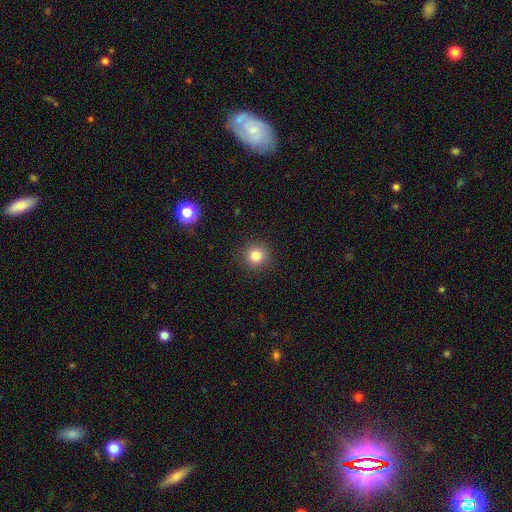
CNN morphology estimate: This appears to be a smooth galaxy with no disk features (83%) that is round (93%). Merging: none (91%).